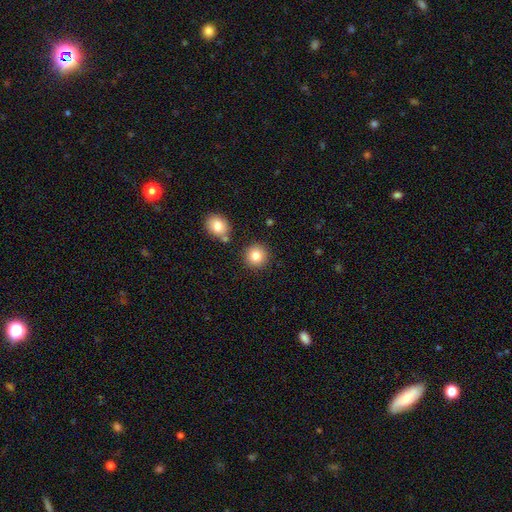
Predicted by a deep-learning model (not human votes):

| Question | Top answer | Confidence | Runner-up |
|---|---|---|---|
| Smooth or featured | smooth | 82% | star or artifact (10%) |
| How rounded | round | 93% | in between (6%) |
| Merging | none | 85% | minor disturbance (7%) |